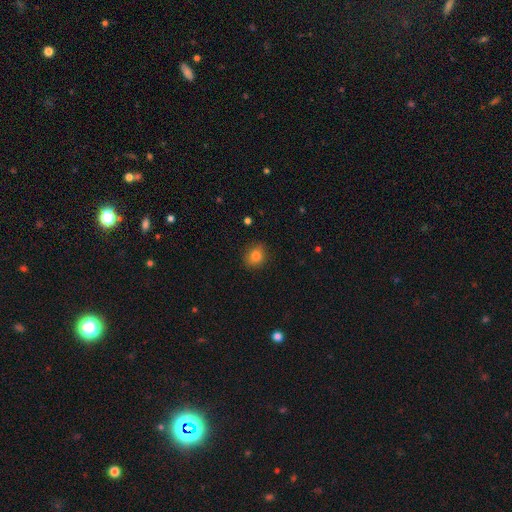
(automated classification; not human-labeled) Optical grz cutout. It shows a smooth galaxy with no disk features (84%) that is round (69%). Merging: none (85%).